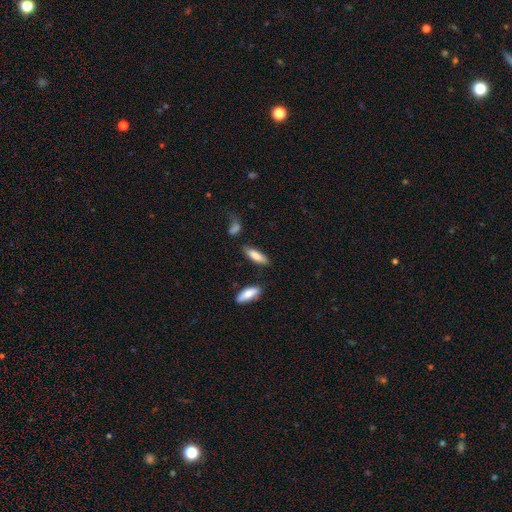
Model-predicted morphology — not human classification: smooth_or_featured: smooth (p=0.81) [alt: featured or disk p=0.12]
how_rounded: cigar-shaped (p=0.51) [alt: in between p=0.47]
merging: none (p=0.75) [alt: minor disturbance p=0.16]